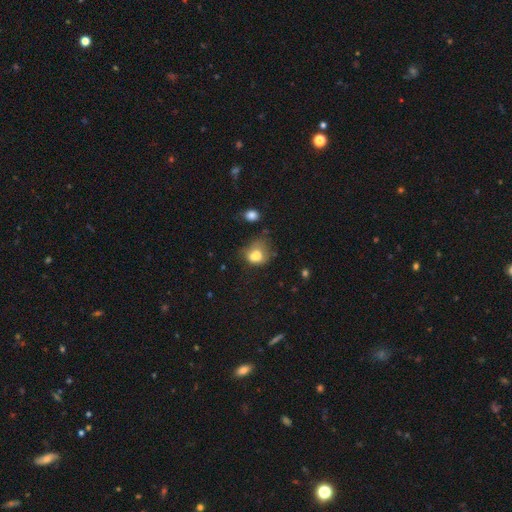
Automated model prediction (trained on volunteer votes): smooth_or_featured: smooth (p=0.73) [alt: featured or disk p=0.16]
how_rounded: in between (p=0.51) [alt: round p=0.48]
merging: none (p=0.31) [alt: minor disturbance p=0.29]